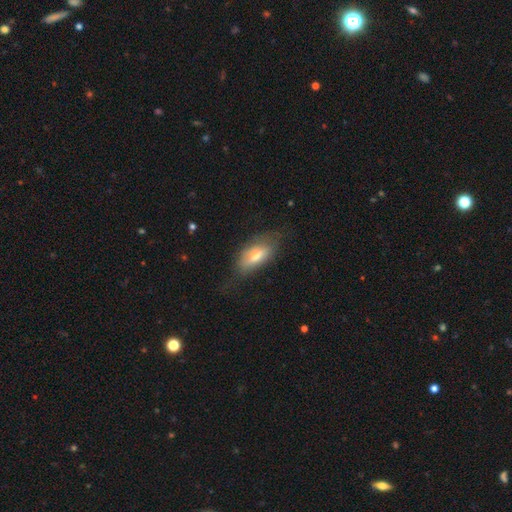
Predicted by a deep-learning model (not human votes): Morphology: type=smooth (62%); roundness=in between (84%); merging=none (58%).